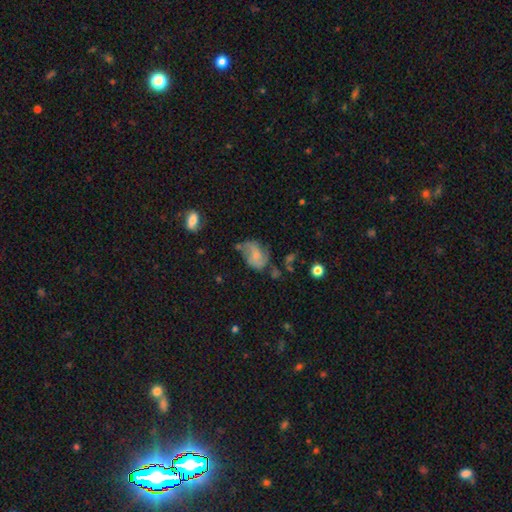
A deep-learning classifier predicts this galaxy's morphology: The model was most divided on "merging": none: 38%, minor disturbance: 30%, major disturbance: 24%, merger: 8%. More confident: edge-on disk — no (97%); smooth or featured — featured or disk (51%).